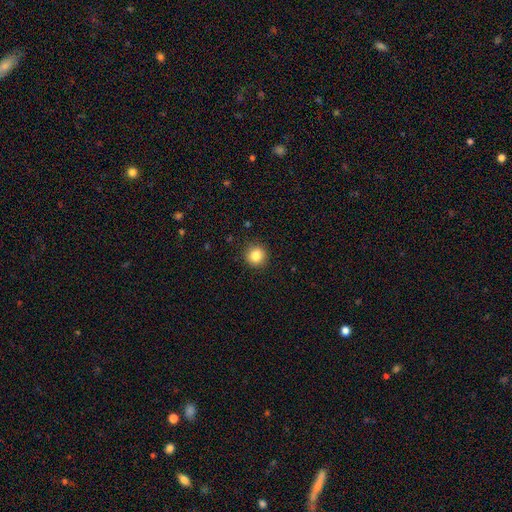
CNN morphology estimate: Overall: smooth (84%). How rounded: round (94%). Merging: none (92%).